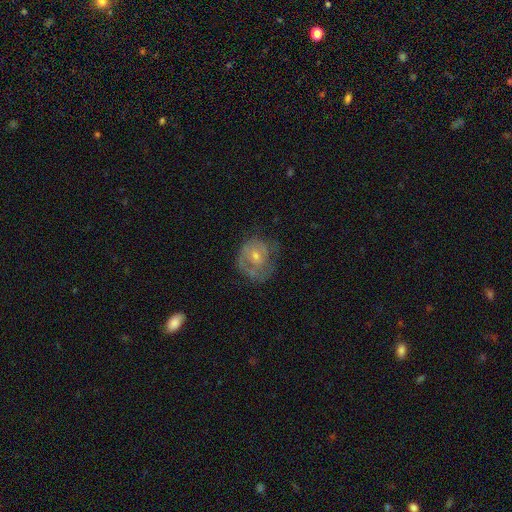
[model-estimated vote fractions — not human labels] Smooth or featured? featured or disk (60%)
Edge-on disk? no (97%)
Bar? no (69%)
Spiral arms? yes (61%)
Bulge size? small (51%)
Merging? none (55%)